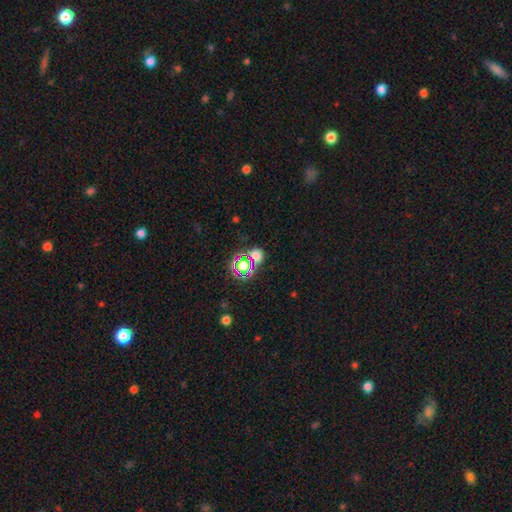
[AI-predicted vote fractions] Smooth or featured: smooth — 51% (star or artifact — 42%)
How rounded: round — 75% (in between — 23%)
Merging: none — 68% (merger — 16%)